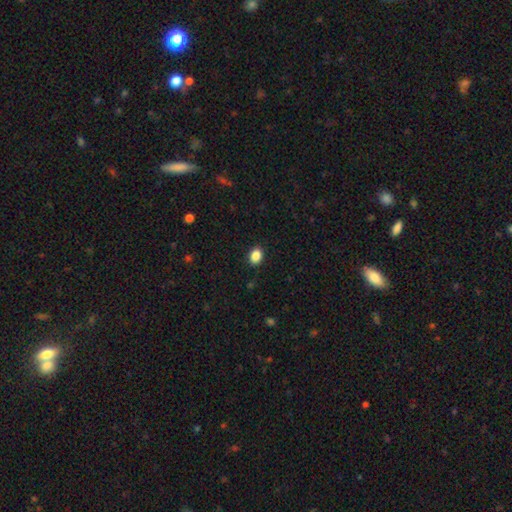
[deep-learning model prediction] Smooth or featured: smooth — 87% (star or artifact — 9%)
How rounded: in between — 65% (round — 35%)
Merging: none — 90% (minor disturbance — 7%)